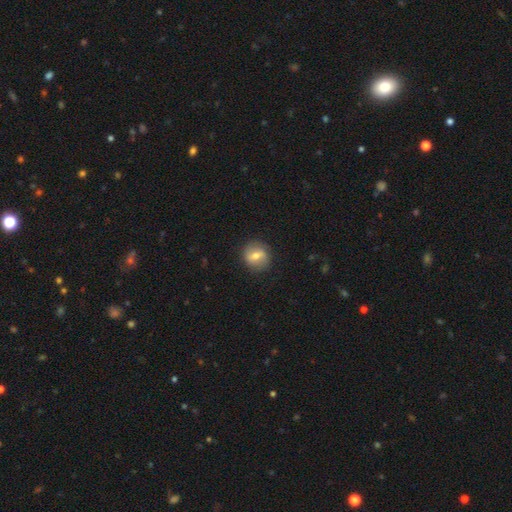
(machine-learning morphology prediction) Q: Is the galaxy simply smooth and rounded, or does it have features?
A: smooth — 55%.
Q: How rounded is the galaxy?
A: round — 81%.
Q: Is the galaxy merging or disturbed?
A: none — 85%.